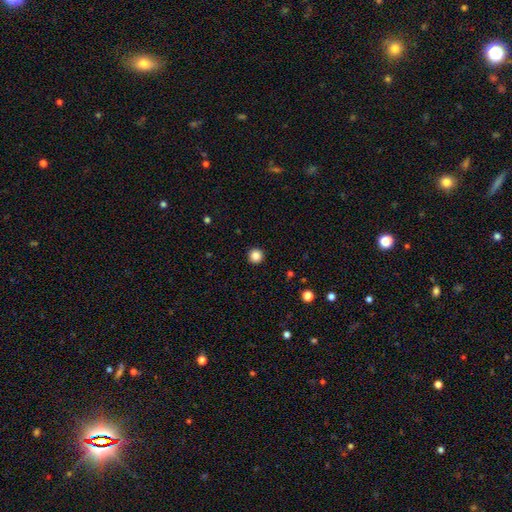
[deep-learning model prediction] A smooth galaxy with no disk features (85%) that is round (96%). Merging: none (94%).